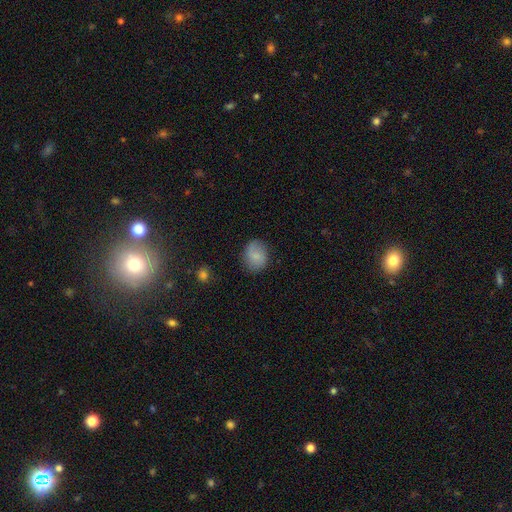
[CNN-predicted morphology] Smooth or featured?
  - smooth: 71% *
  - featured or disk: 21%
  - star or artifact: 8%
How rounded?
  - round: 63% *
  - in between: 36%
  - cigar-shaped: 1%
Merging?
  - none: 78% *
  - minor disturbance: 16%
  - major disturbance: 4%
  - merger: 1%